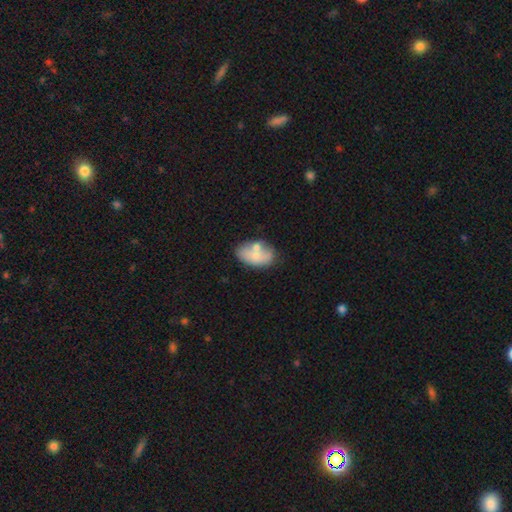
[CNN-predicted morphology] smooth_or_featured: smooth (p=0.67) [alt: featured or disk p=0.26]
how_rounded: in between (p=0.90) [alt: round p=0.08]
merging: none (p=0.51) [alt: merger p=0.22]